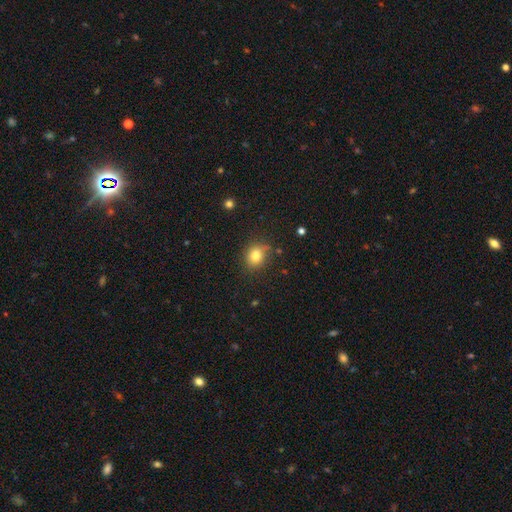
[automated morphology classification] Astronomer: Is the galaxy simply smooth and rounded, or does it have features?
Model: smooth — 79%.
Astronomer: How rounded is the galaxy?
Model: round — 69%.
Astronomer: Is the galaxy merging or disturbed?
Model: none — 75%.